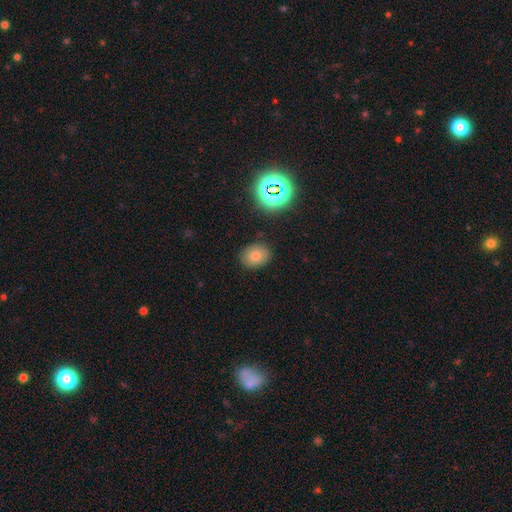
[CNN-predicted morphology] A smooth galaxy with no disk features (75%) that is in between round and cigar-shaped (54%).

Vote fractions:
- Smooth or featured? smooth: 75% / star or artifact: 14% / featured or disk: 11%
- How rounded? in between: 54% / round: 45% / cigar-shaped: 1%
- Merging? none: 84% / minor disturbance: 11% / major disturbance: 3% / merger: 2%